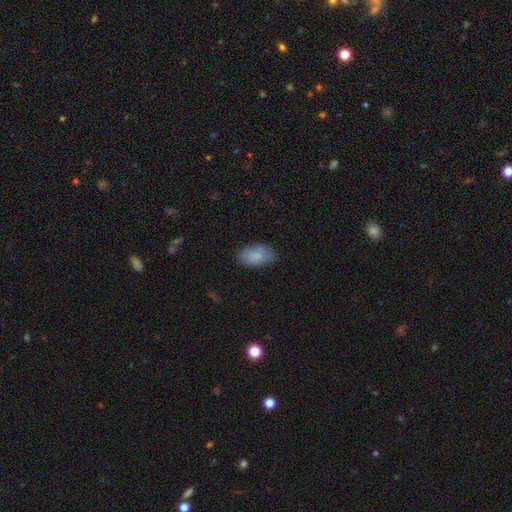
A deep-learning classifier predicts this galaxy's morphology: smooth_or_featured: smooth (p=0.81) [alt: featured or disk p=0.12]
how_rounded: in between (p=0.93) [alt: round p=0.05]
merging: none (p=0.75) [alt: minor disturbance p=0.18]